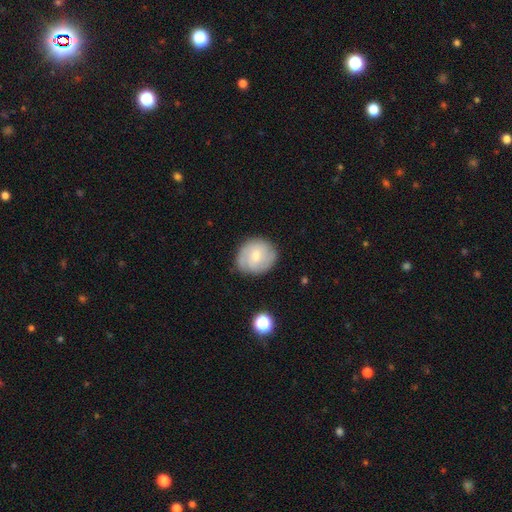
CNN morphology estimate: smooth-or-featured: featured or disk: 49% | smooth: 44% | star or artifact: 7%
  merging: none: 77% | minor disturbance: 17% | major disturbance: 4% | merger: 2%